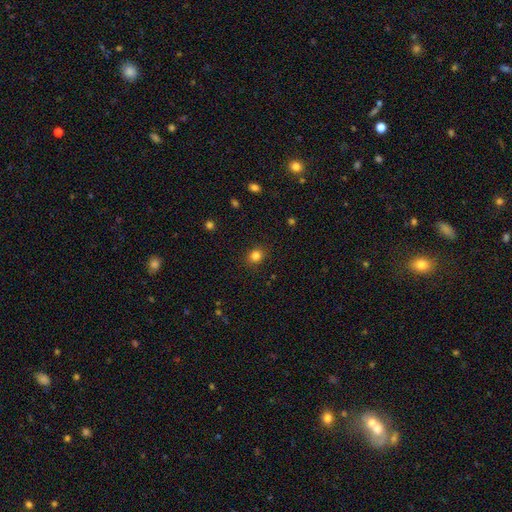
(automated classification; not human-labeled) smooth 83%, star or artifact 12%, featured or disk 5%. Down the decision tree: how rounded — round (74%); merging — none (88%).